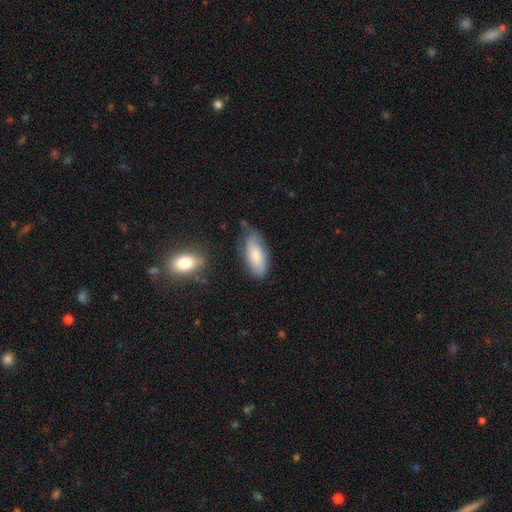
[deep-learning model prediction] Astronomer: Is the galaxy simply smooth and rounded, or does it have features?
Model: smooth — 80%.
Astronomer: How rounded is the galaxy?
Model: in between — 85%.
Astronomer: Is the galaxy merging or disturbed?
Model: none — 64%.